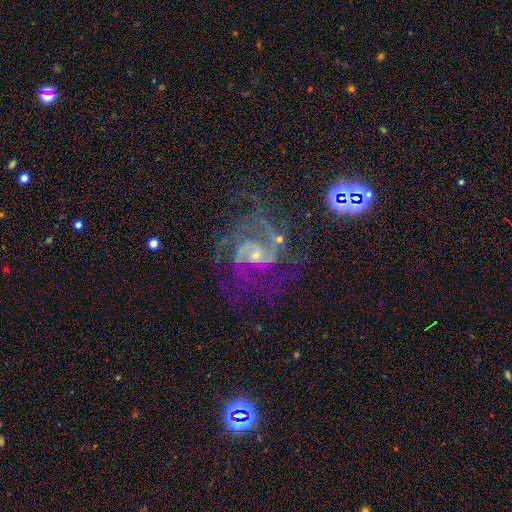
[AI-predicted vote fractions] smooth-or-featured: featured or disk: 89% | star or artifact: 8% | smooth: 3%
  disk-edge-on: no: 98% | yes: 2%
    bar: no: 47% | weak: 42% | strong: 11%
    has-spiral-arms: yes: 98% | no: 2%
      spiral-winding: medium: 57% | tight: 33% | loose: 11%
      spiral-arm-count: 2: 71% | 3: 11% | can't tell: 7% | 4: 4% | 1: 3% | more than 4: 3%
    bulge-size: small: 64% | moderate: 27% | none: 6% | large: 2% | dominant: 1%
  merging: none: 67% | minor disturbance: 17% | major disturbance: 14% | merger: 2%